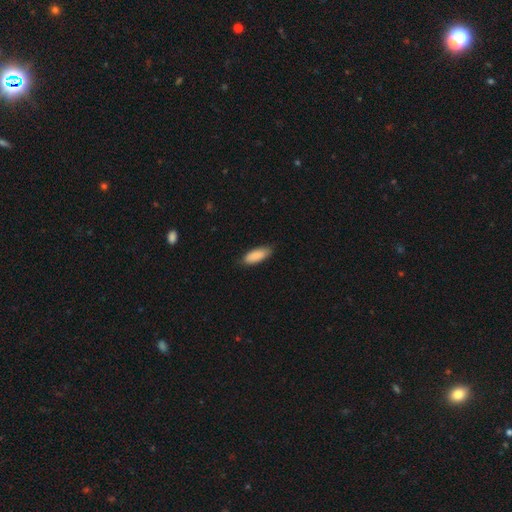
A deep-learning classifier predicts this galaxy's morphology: This is clearly a smooth galaxy (89%). How rounded: likely in between (78%). Merging: clearly none (82%).